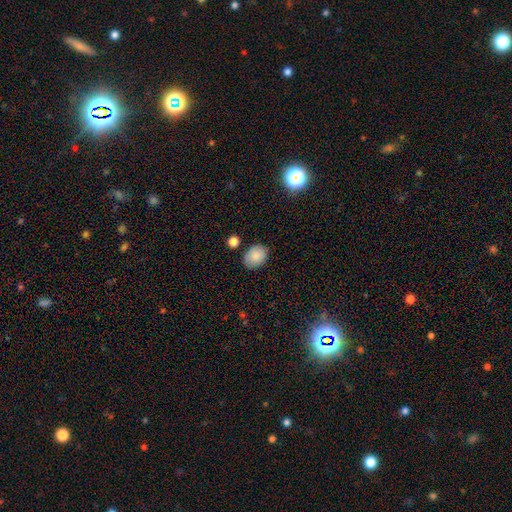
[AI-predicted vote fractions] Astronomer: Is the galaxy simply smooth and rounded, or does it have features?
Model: smooth — 86%.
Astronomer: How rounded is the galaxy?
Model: in between — 71%.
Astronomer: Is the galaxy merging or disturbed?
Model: none — 82%.